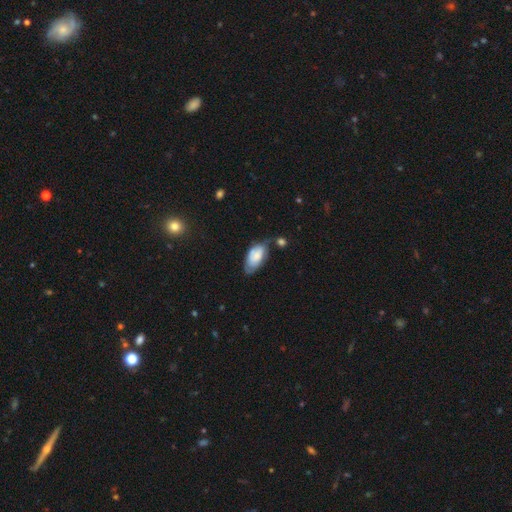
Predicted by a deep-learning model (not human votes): smooth-or-featured: smooth: 58% | featured or disk: 34% | star or artifact: 7%
  how-rounded: in between: 92% | cigar-shaped: 6% | round: 3%
  merging: none: 43% | minor disturbance: 34% | major disturbance: 13% | merger: 10%